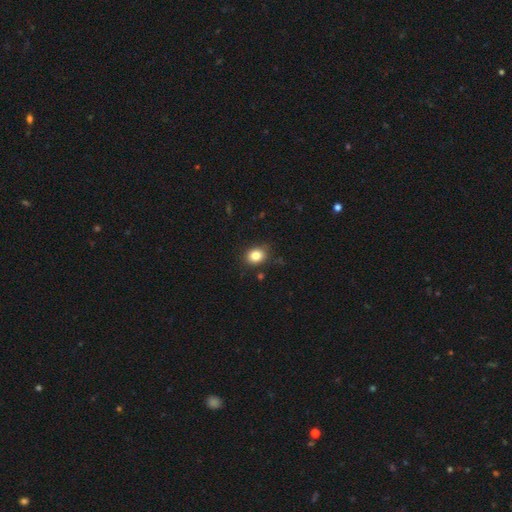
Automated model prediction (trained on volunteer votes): A smooth galaxy with no disk features (84%) that is round (53%). Merging: none (84%).